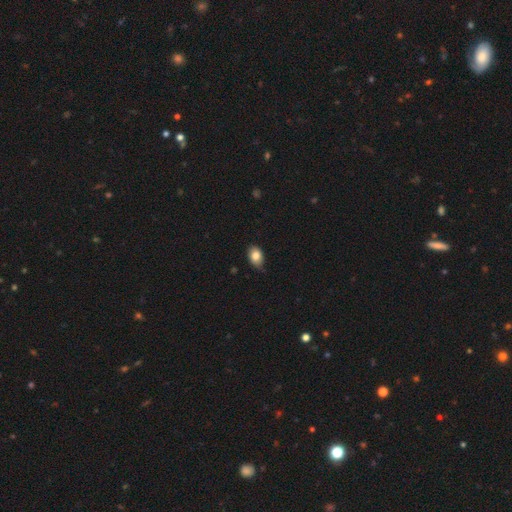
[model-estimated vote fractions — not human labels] Q: Smooth or featured?
A: smooth (82%); runner-up: featured or disk (10%)
Q: How rounded?
A: in between (78%); runner-up: round (20%)
Q: Merging?
A: none (66%); runner-up: minor disturbance (28%)